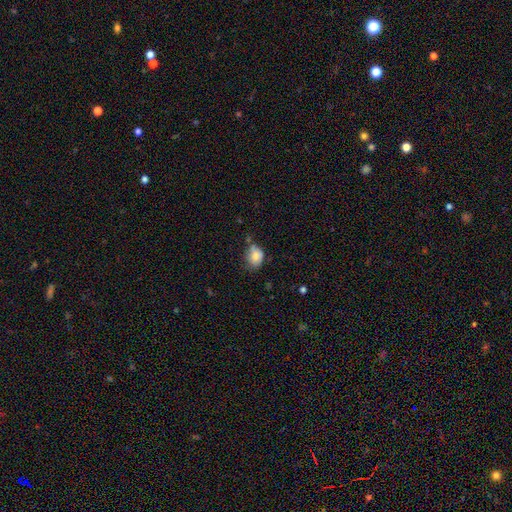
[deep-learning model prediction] smooth 76%, featured or disk 15%, star or artifact 9%. Down the decision tree: how rounded — in between (59%); merging — none (49%).